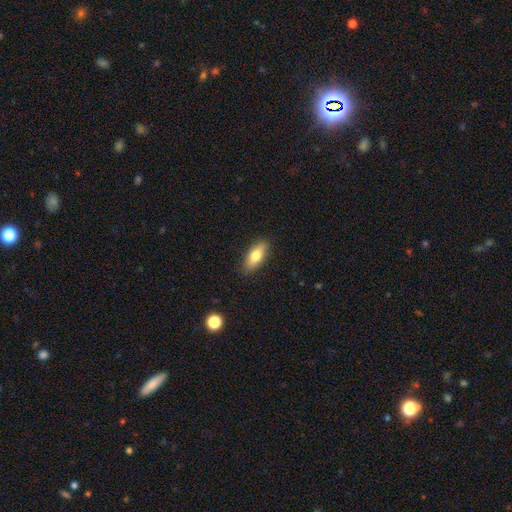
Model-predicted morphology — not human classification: This is likely a smooth galaxy (74%). How rounded: likely in between (74%). Merging: clearly none (87%).